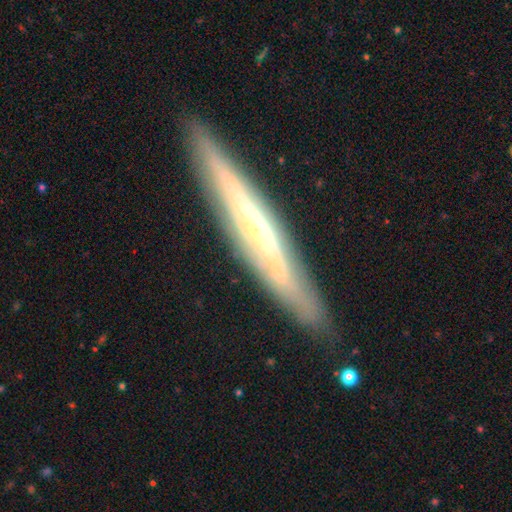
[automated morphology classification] The model was most divided on "edge-on bulge" (2-way tie): none: 47%, rounded: 47%, boxy: 6%. More confident: merging — none (85%); edge-on disk — yes (79%); smooth or featured — featured or disk (74%).